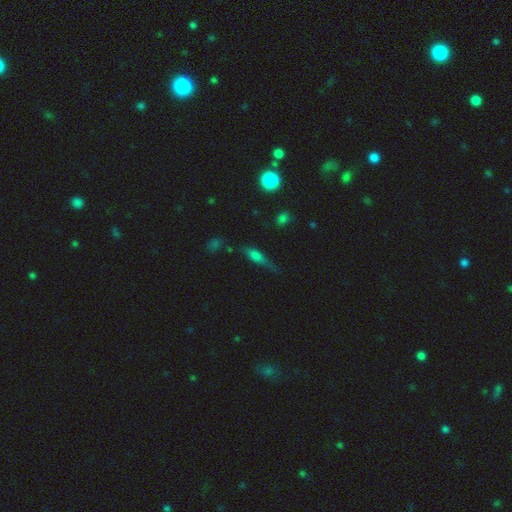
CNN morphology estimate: This is possibly a smooth galaxy (51%). How rounded: possibly cigar-shaped (59%). Merging: possibly none (57%).